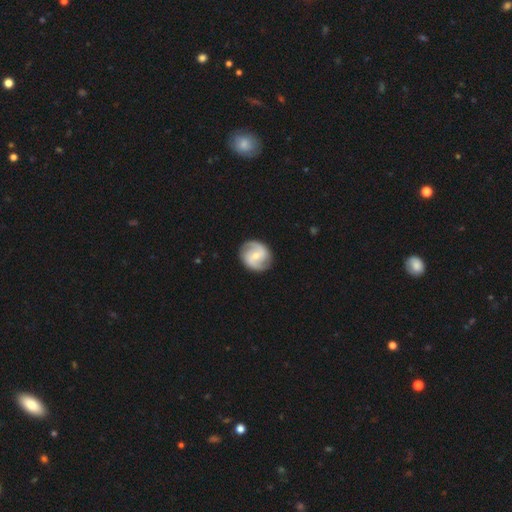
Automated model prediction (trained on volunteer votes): A featured or disk galaxy (81%) with a weak bar (48%), 2 (88%) medium (48%) spiral arms (95%) and a small central bulge (53%). Merging: none (87%).